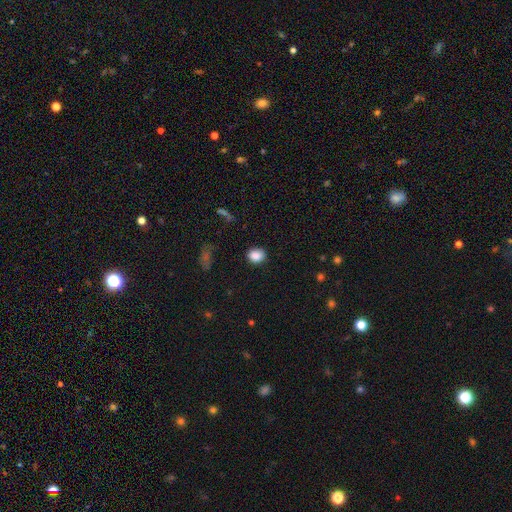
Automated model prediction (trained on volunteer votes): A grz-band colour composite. It shows a smooth galaxy with no disk features (87%) that is round (57%). Merging: none (85%).